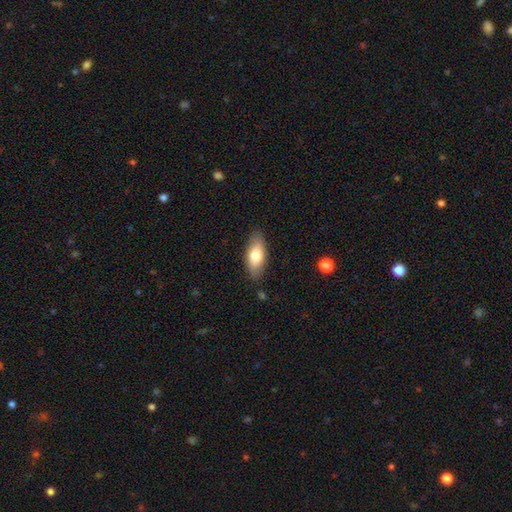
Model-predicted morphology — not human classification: Q: Smooth or featured?
A: smooth (74%); runner-up: featured or disk (20%)
Q: How rounded?
A: in between (85%); runner-up: cigar-shaped (12%)
Q: Merging?
A: none (84%); runner-up: minor disturbance (12%)